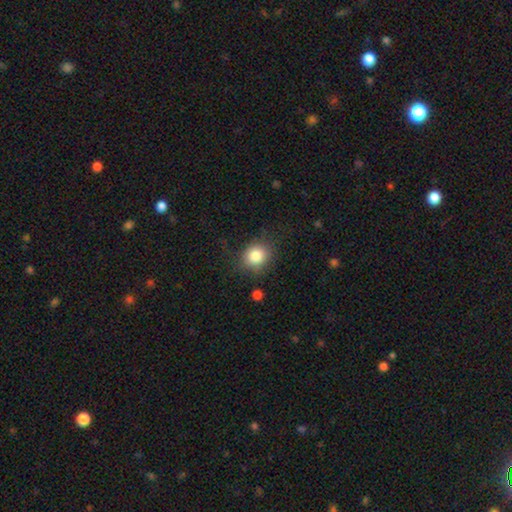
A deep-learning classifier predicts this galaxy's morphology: Smooth or featured: smooth — 83% (star or artifact — 10%)
How rounded: round — 74% (in between — 25%)
Merging: none — 76% (minor disturbance — 16%)